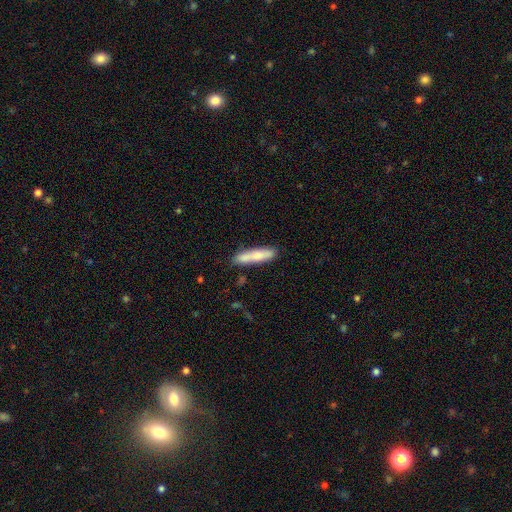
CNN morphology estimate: A smooth galaxy with no disk features (70%) that is cigar-shaped (84%). Merging: none (76%).